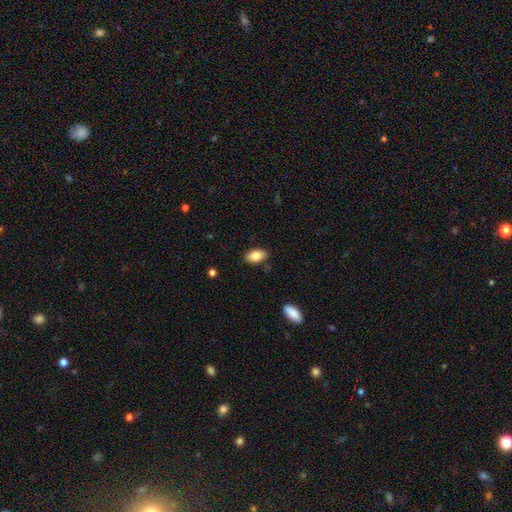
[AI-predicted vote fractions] This is clearly a smooth galaxy (84%). How rounded: clearly in between (93%). Merging: clearly none (86%).